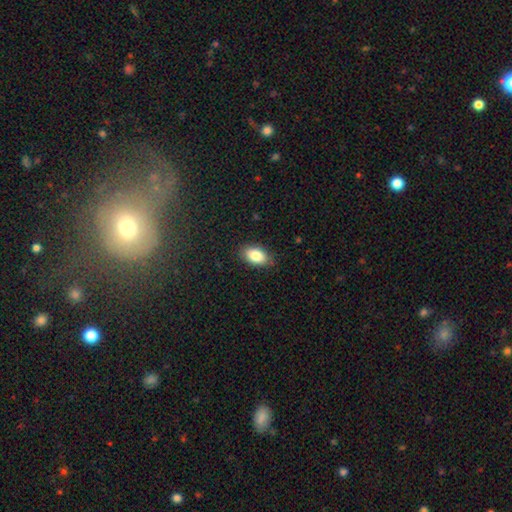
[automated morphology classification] Smooth or featured: smooth — 84% (featured or disk — 8%)
How rounded: in between — 92% (round — 6%)
Merging: none — 86% (minor disturbance — 11%)